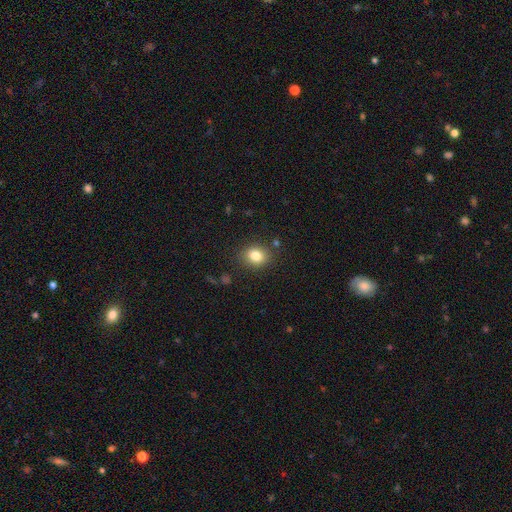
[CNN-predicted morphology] Smooth or featured: smooth — 82% (star or artifact — 11%)
How rounded: round — 61% (in between — 38%)
Merging: none — 84% (minor disturbance — 10%)